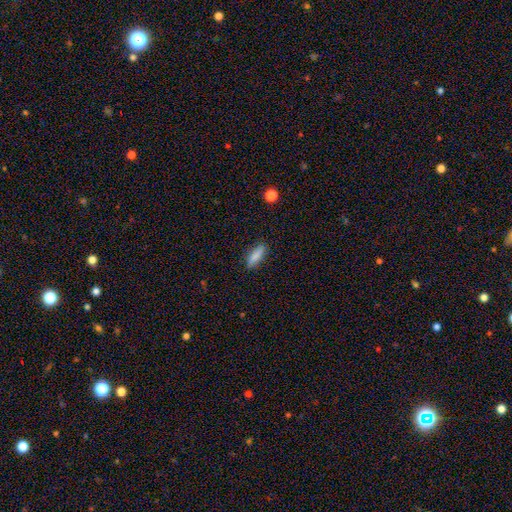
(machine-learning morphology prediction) Smooth or featured: smooth — 84% (featured or disk — 9%)
How rounded: cigar-shaped — 51% (in between — 47%)
Merging: none — 85% (minor disturbance — 12%)